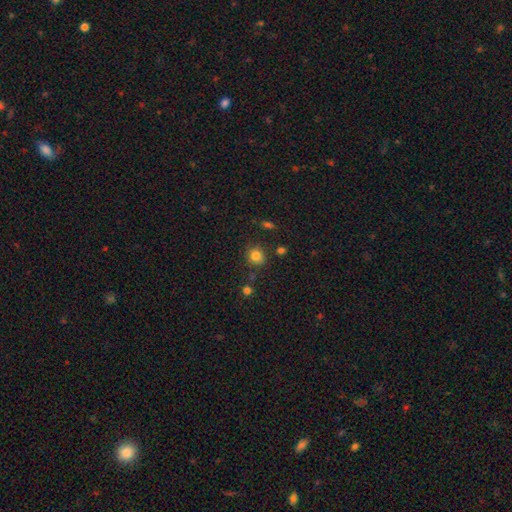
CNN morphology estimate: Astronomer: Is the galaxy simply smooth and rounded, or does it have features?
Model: smooth — 82%.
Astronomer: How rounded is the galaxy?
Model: round — 80%.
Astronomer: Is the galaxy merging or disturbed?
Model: none — 82%.